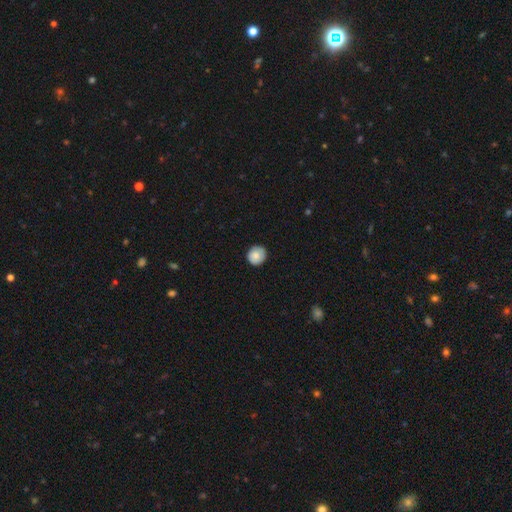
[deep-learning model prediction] Smooth or featured? Predicted: smooth (p=0.83). How rounded? Predicted: round (p=0.90). Merging? Predicted: none (p=0.85).